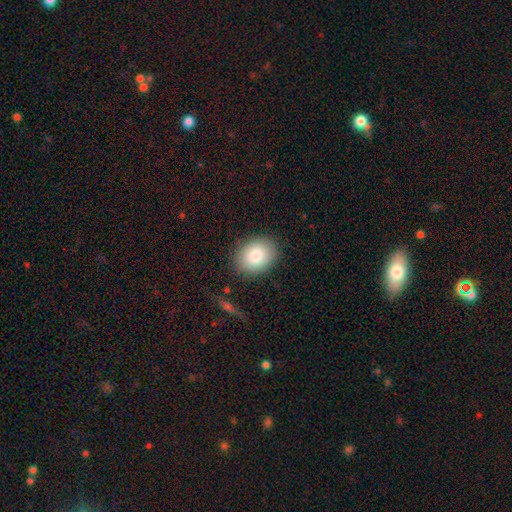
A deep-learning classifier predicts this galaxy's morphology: Smooth or featured: smooth — 83% (featured or disk — 9%)
How rounded: in between — 58% (round — 41%)
Merging: none — 86% (minor disturbance — 10%)